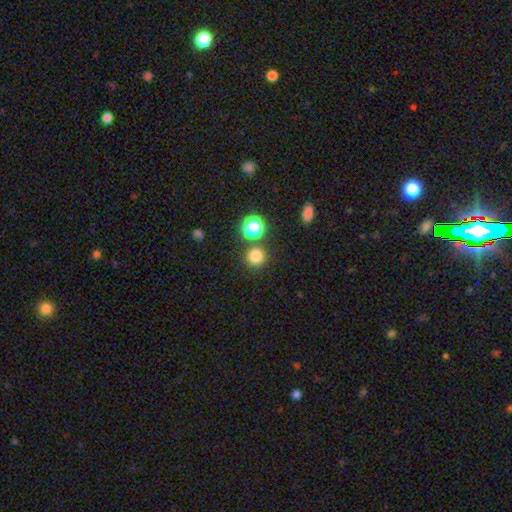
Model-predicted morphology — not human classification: Smooth or featured? smooth (78%)
How rounded? round (93%)
Merging? none (81%)